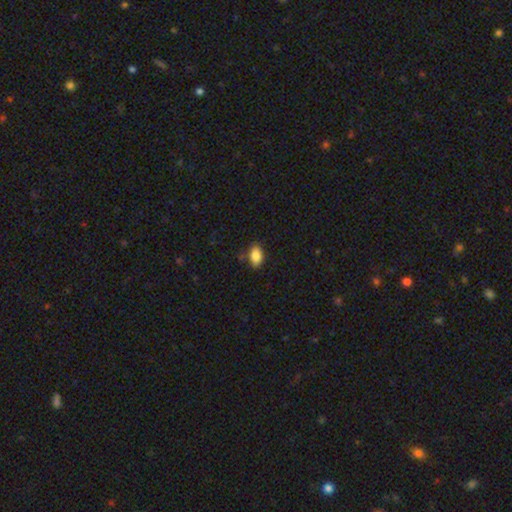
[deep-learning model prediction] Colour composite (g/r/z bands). It shows a smooth galaxy with no disk features (86%) that is in between round and cigar-shaped (90%). Merging: none (80%).